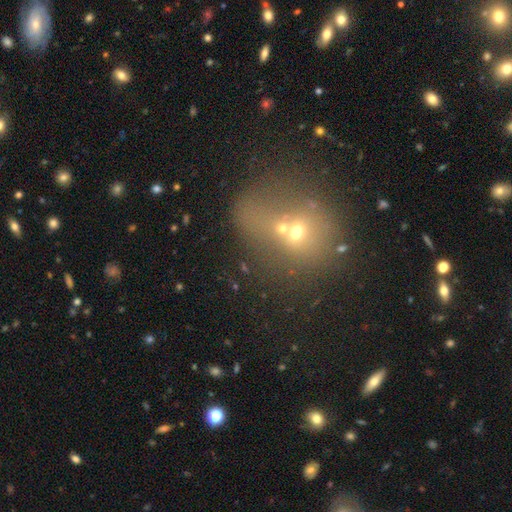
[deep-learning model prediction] Smooth or featured? Predicted: smooth (p=0.47). Merging? Predicted: merger (p=0.44).